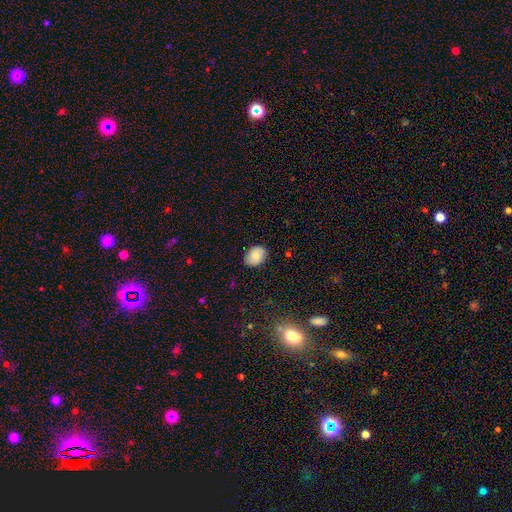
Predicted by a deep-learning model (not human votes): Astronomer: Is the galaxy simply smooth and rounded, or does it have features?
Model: smooth — 81%.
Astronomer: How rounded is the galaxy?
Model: in between — 71%.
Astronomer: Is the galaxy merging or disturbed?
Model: none — 85%.